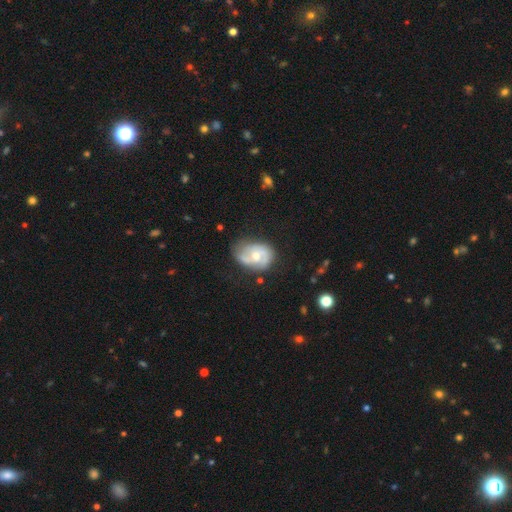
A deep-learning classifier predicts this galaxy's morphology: This is likely a featured or disk galaxy (68%). It is clearly not viewed edge-on (97%). Bar: likely no (63%). Spiral arm pattern: clearly yes (83%). Spiral arm count: likely 2 (67%). Spiral winding: possibly medium (45%). Central bulge: likely moderate (63%). Merging: likely none (60%).